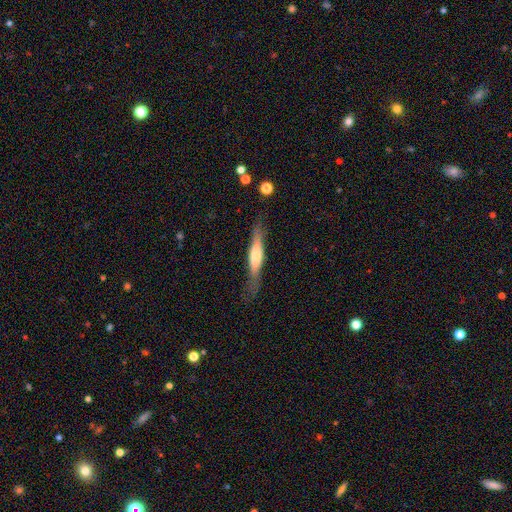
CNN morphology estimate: A smooth galaxy with no disk features (49%).

Vote fractions:
- Smooth or featured? smooth: 49% / featured or disk: 45% / star or artifact: 6%
- Merging? none: 74% / minor disturbance: 17% / major disturbance: 7% / merger: 2%